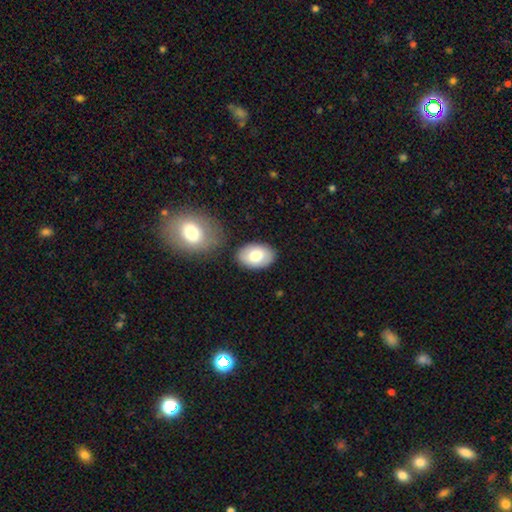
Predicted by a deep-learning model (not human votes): Q: Smooth or featured?
A: smooth (78%); runner-up: featured or disk (16%)
Q: How rounded?
A: in between (89%); runner-up: round (10%)
Q: Merging?
A: none (80%); runner-up: minor disturbance (11%)